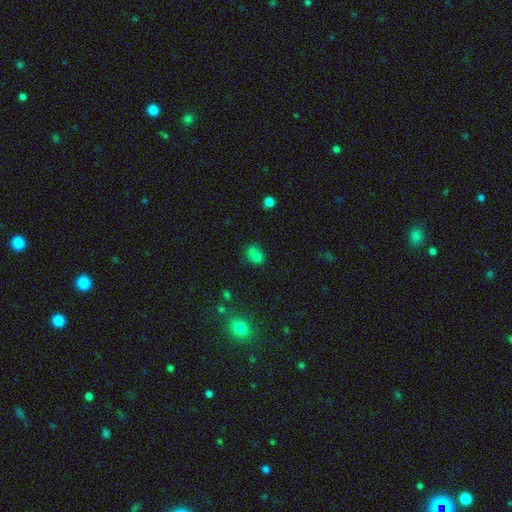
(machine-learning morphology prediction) A smooth galaxy with no disk features (73%) that is in between round and cigar-shaped (58%). Merging: none (43%).